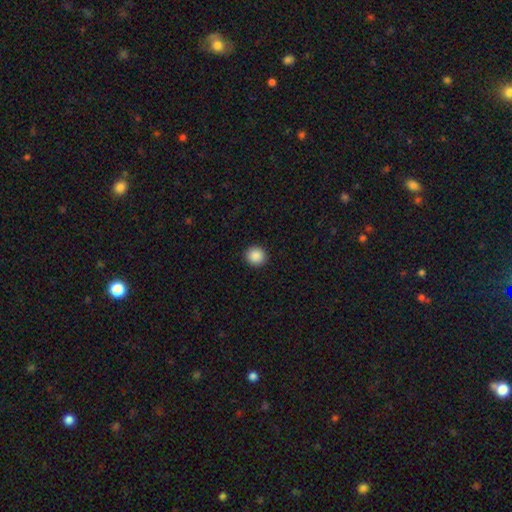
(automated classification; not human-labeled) Smooth or featured? Predicted: smooth (p=0.89). How rounded? Predicted: round (p=0.91). Merging? Predicted: none (p=0.93).